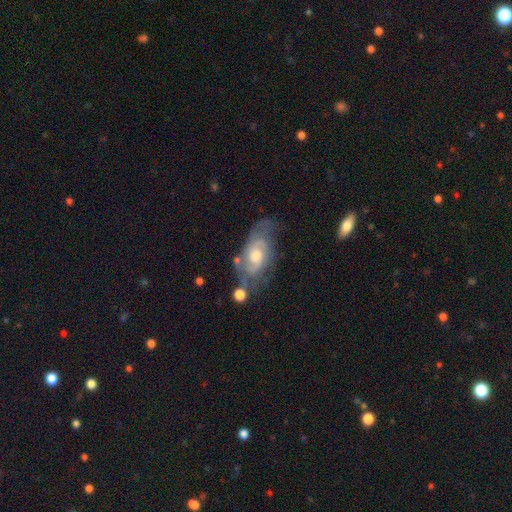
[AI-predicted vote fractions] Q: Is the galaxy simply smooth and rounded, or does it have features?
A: featured or disk — 79%.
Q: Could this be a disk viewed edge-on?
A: no — 93%.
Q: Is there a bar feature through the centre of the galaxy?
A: no — 66%.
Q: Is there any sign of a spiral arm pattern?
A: yes — 90%.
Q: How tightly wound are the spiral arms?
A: tight — 45%.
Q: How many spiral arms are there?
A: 2 — 49%.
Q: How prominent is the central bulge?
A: moderate — 64%.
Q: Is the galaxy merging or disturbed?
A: none — 55%.